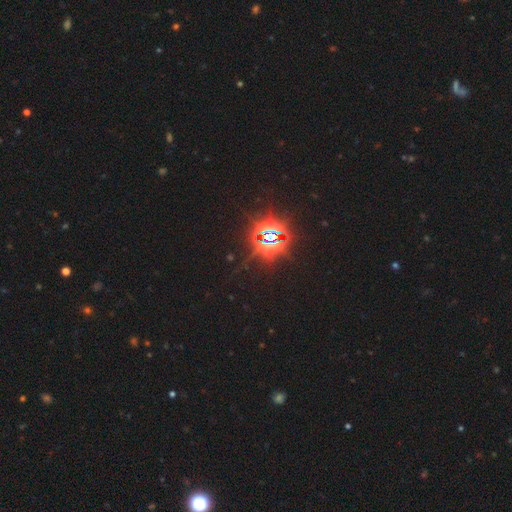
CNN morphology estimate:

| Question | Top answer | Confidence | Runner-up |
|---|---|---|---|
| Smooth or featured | star or artifact | 81% | smooth (14%) |